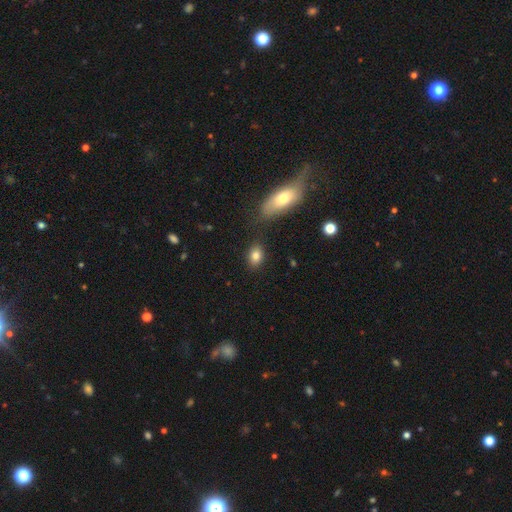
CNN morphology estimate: Smooth or featured? smooth (80%)
How rounded? in between (78%)
Merging? none (80%)